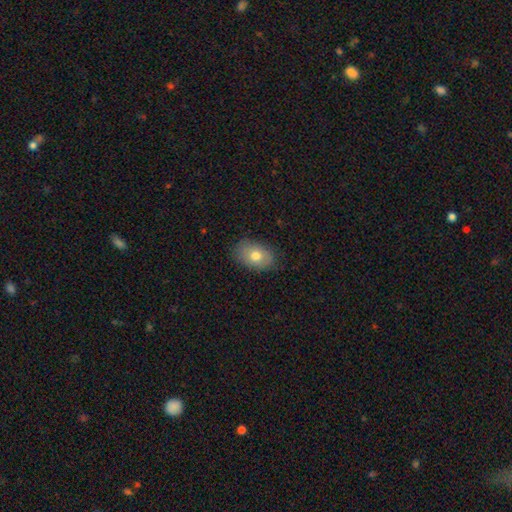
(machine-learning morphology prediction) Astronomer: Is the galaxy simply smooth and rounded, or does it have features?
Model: smooth — 73%.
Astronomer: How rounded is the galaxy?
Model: in between — 84%.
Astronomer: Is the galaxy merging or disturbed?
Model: none — 83%.